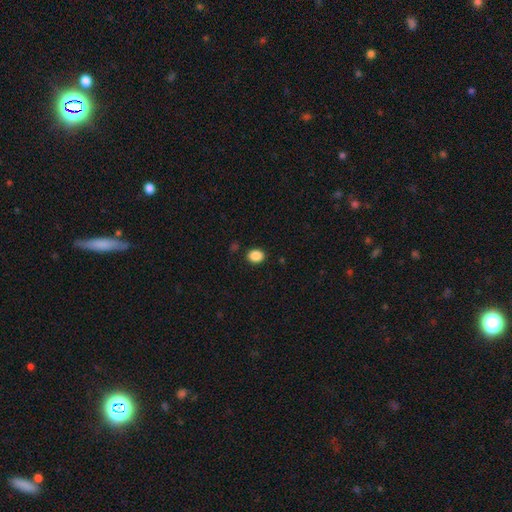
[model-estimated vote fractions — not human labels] smooth 88%, star or artifact 9%, featured or disk 3%. Down the decision tree: how rounded — round (53%); merging — none (89%).